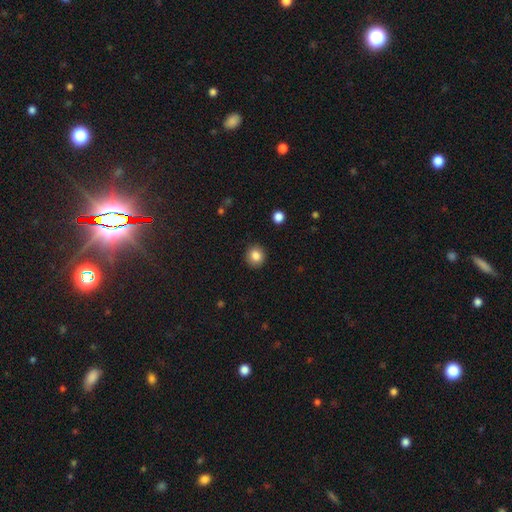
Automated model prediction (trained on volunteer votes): A smooth galaxy with no disk features (84%) that is round (89%). Merging: none (91%).